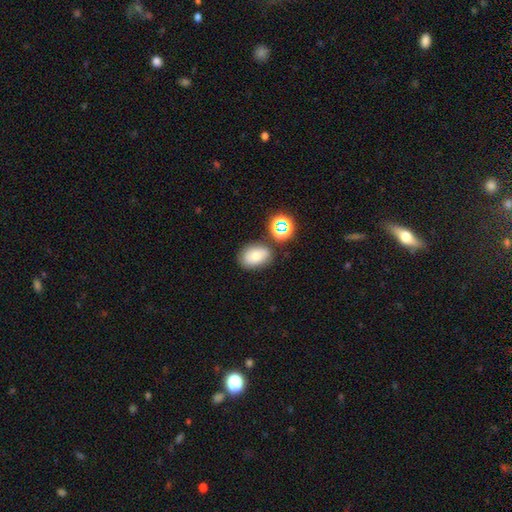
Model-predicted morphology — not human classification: A smooth galaxy with no disk features (69%) that is in between round and cigar-shaped (80%). Merging: none (70%).